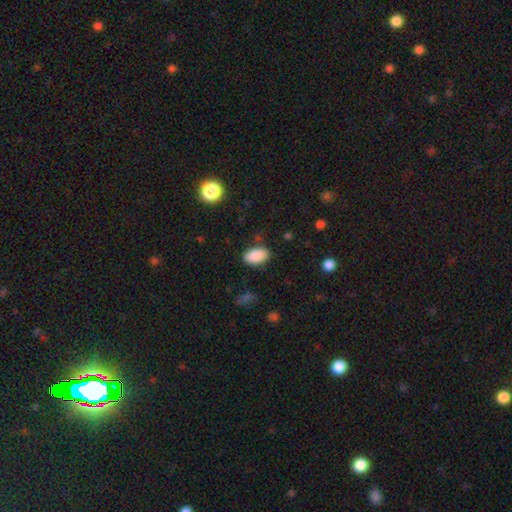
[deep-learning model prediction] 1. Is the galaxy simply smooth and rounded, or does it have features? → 89% smooth, 7% star or artifact, 4% featured or disk.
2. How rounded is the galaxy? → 94% in between, 5% round, 2% cigar-shaped.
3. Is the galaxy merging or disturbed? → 83% none, 12% minor disturbance, 3% major disturbance, 2% merger.